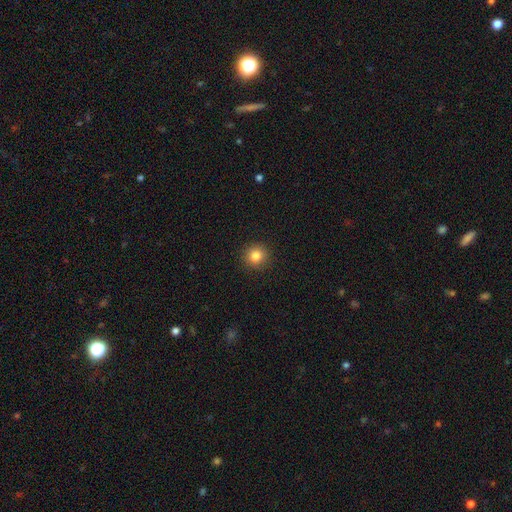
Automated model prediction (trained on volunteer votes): smooth 84%, star or artifact 11%, featured or disk 5%. Down the decision tree: how rounded — round (92%); merging — none (92%).